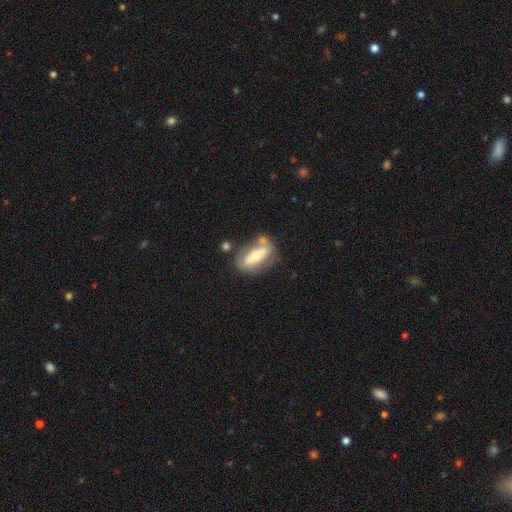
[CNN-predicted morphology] Overall: featured or disk (49%; smooth 44%). Merging: none (55%; minor disturbance 21%).